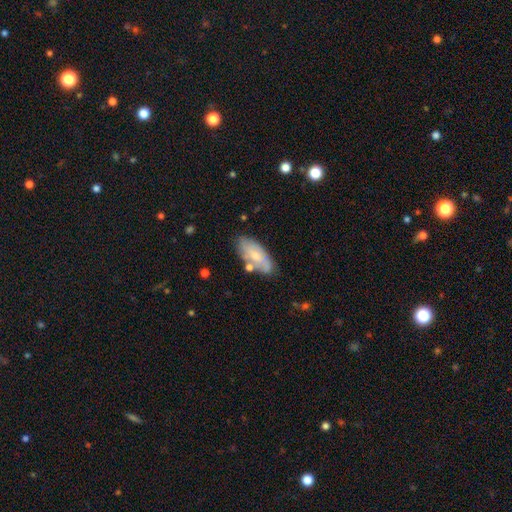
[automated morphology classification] Smooth or featured?
  - smooth: 58% *
  - featured or disk: 35%
  - star or artifact: 6%
How rounded?
  - in between: 84% *
  - cigar-shaped: 13%
  - round: 3%
Merging?
  - none: 68% *
  - minor disturbance: 19%
  - merger: 8%
  - major disturbance: 4%